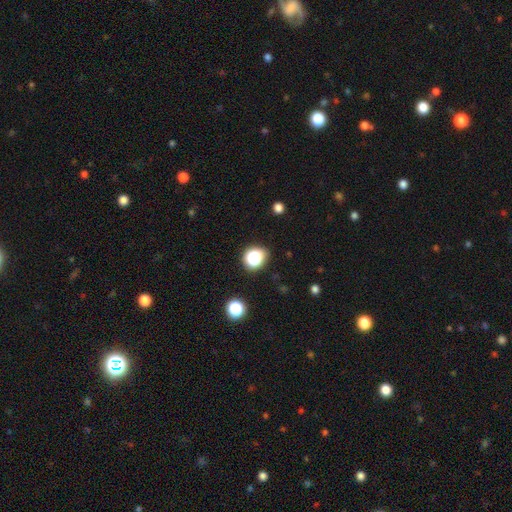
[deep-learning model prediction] smooth_or_featured: smooth (p=0.72) [alt: star or artifact p=0.21]
how_rounded: round (p=0.76) [alt: in between p=0.23]
merging: none (p=0.77) [alt: minor disturbance p=0.12]